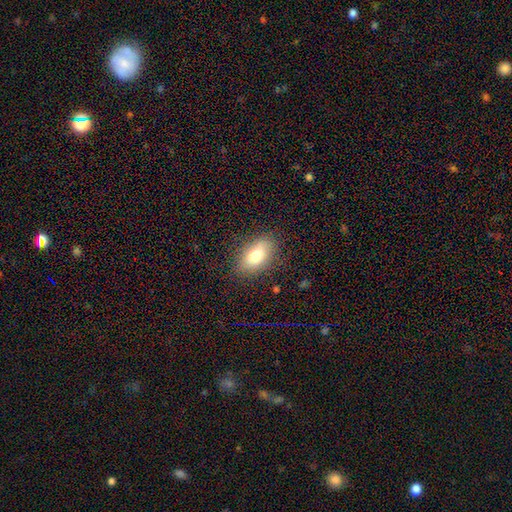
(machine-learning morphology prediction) type=smooth (75%); roundness=in between (88%); merging=none (83%).